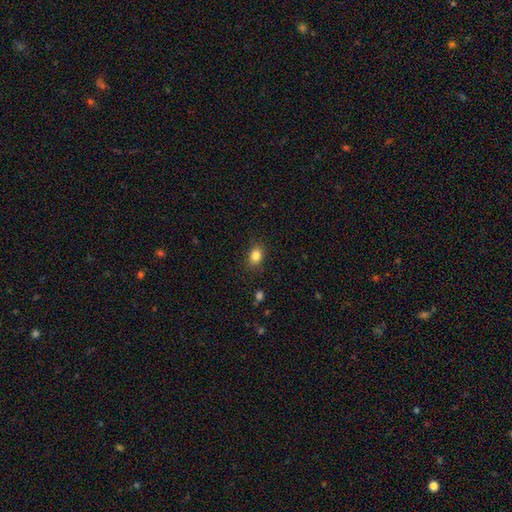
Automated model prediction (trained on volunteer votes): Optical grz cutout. It shows a smooth galaxy with no disk features (84%) that is in between round and cigar-shaped (67%). Merging: none (85%).